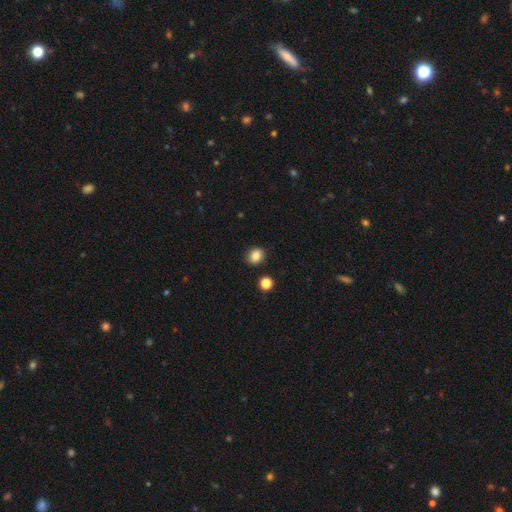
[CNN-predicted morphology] smooth 85%, star or artifact 11%, featured or disk 5%. Down the decision tree: how rounded — round (69%); merging — none (89%).